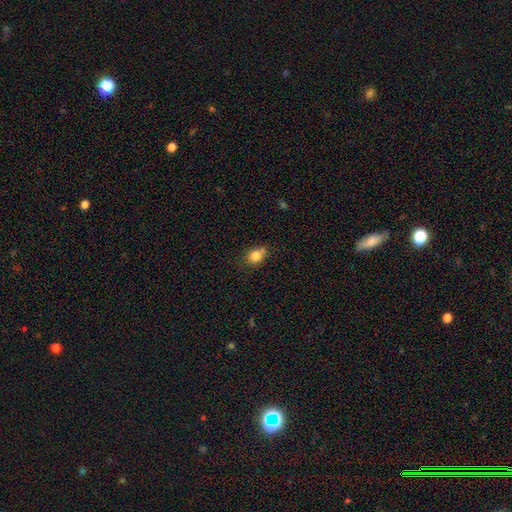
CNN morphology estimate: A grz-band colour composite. It shows a smooth galaxy with no disk features (81%) that is round (57%). Merging: none (56%).